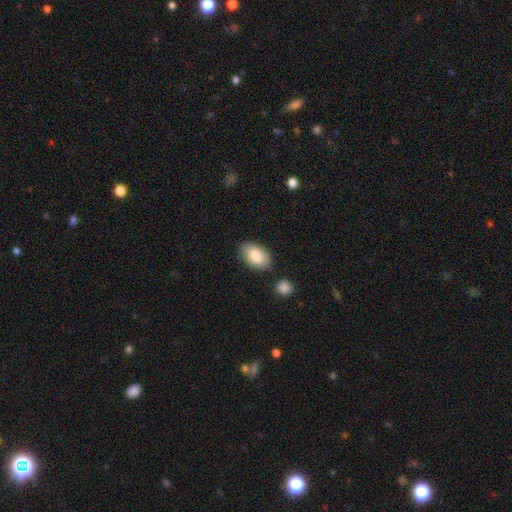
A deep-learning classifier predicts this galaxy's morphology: smooth 84%, featured or disk 10%, star or artifact 6%. Down the decision tree: how rounded — in between (92%); merging — none (81%).